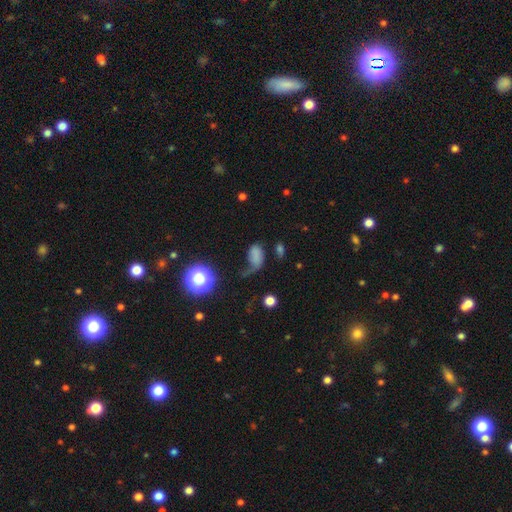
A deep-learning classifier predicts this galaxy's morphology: Overall: smooth (63%). How rounded: in between (80%). Merging: major disturbance (47%; none 24%).